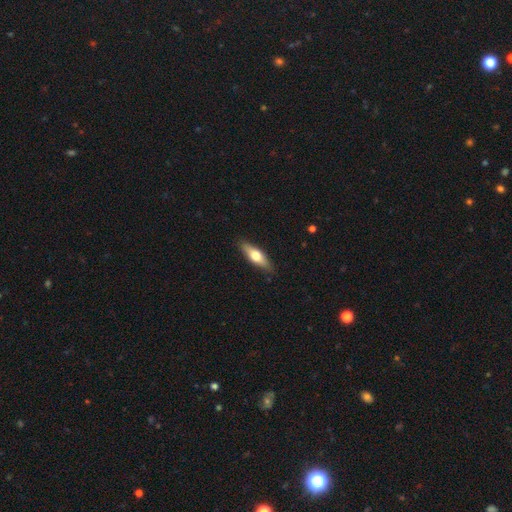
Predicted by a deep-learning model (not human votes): smooth_or_featured: smooth (p=0.56) [alt: featured or disk p=0.38]
how_rounded: cigar-shaped (p=0.49) [alt: in between p=0.48]
merging: none (p=0.87) [alt: minor disturbance p=0.10]